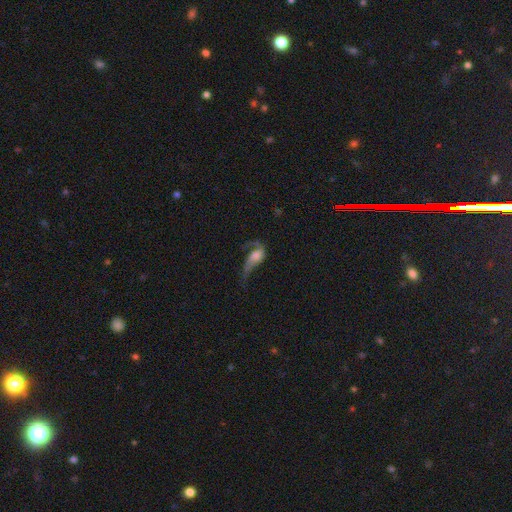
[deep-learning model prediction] Smooth or featured? Predicted: featured or disk (p=0.58). Edge-on disk? Predicted: no (p=0.92). Bar? Predicted: no (p=0.68). Spiral arms? Predicted: yes (p=0.77). Bulge size? Predicted: moderate (p=0.31). Merging? Predicted: major disturbance (p=0.54).